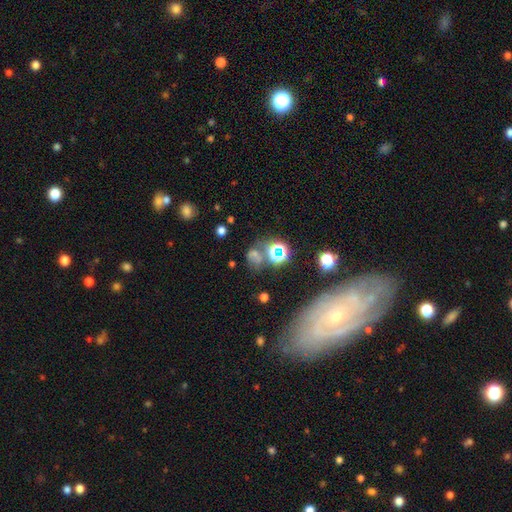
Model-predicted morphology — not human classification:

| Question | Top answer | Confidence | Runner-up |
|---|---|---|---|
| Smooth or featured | smooth | 43% | star or artifact (41%) |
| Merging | none | 44% | merger (25%) |